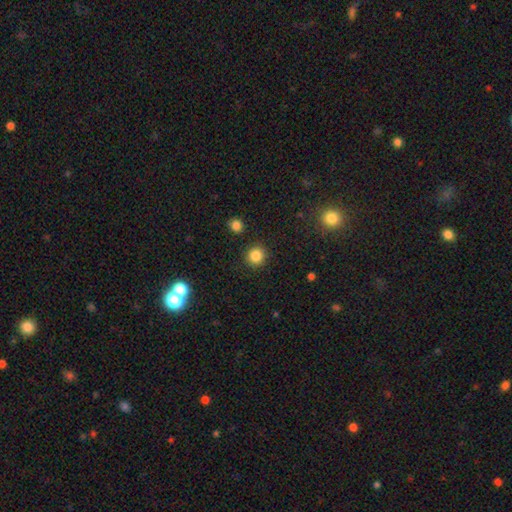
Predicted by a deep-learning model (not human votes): Overall: smooth (85%). How rounded: round (92%). Merging: none (91%).